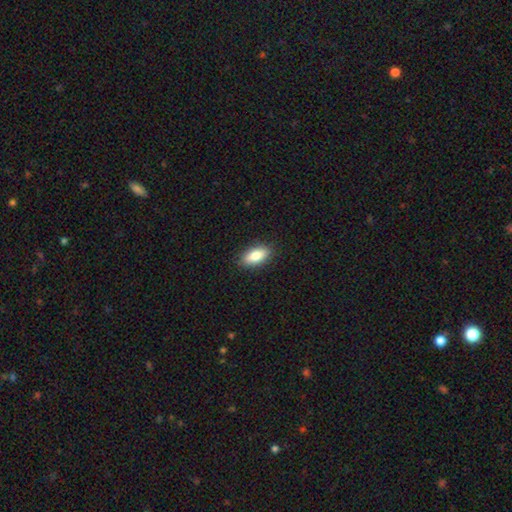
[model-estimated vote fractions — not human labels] smooth 82%, featured or disk 11%, star or artifact 7%. Down the decision tree: how rounded — in between (87%); merging — none (89%).